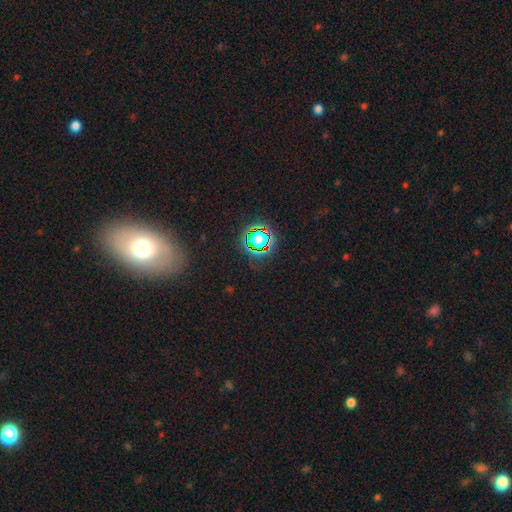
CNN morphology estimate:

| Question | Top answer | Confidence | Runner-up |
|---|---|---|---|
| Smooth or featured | smooth | 41% | star or artifact (39%) |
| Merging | none | 85% | minor disturbance (8%) |